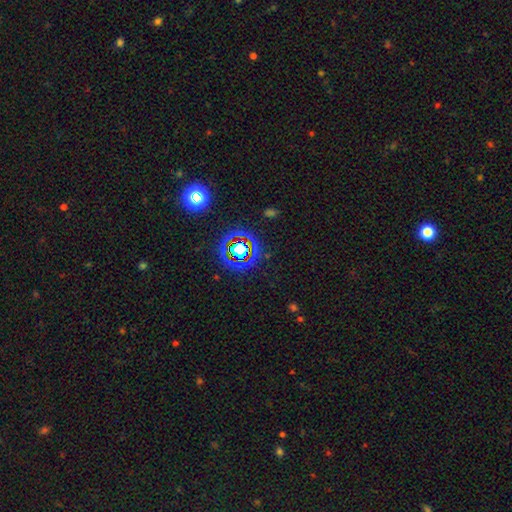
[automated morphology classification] type=star or artifact (56%).